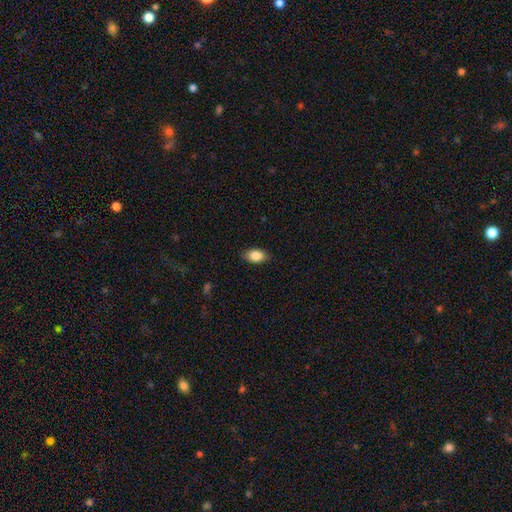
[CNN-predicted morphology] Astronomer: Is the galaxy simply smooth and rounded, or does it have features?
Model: smooth — 86%.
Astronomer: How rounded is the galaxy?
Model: in between — 89%.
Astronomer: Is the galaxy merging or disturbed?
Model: none — 85%.